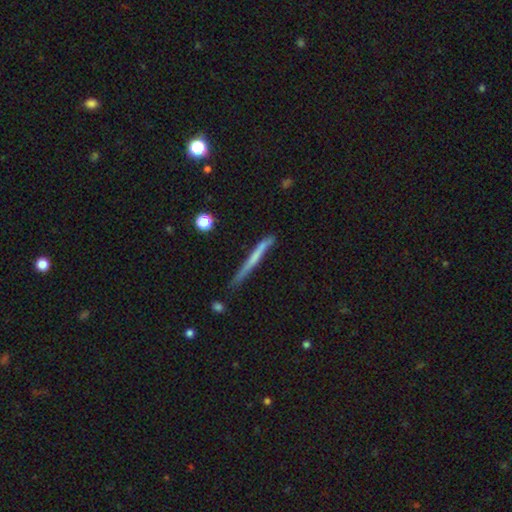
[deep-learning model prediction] Overall: smooth (49%; featured or disk 45%). Merging: none (73%).